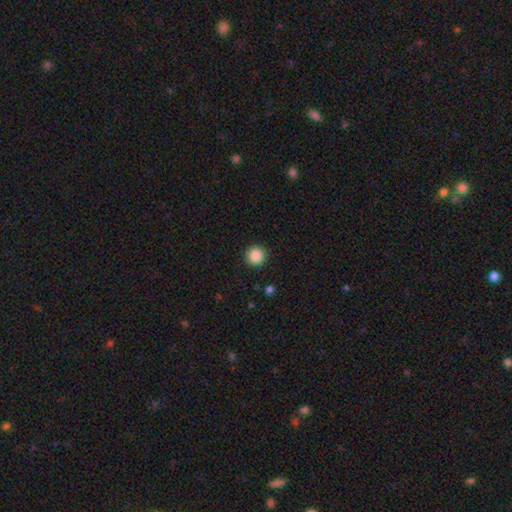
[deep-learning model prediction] Q: Smooth or featured?
A: smooth (88%); runner-up: star or artifact (9%)
Q: How rounded?
A: round (95%); runner-up: in between (4%)
Q: Merging?
A: none (91%); runner-up: minor disturbance (6%)